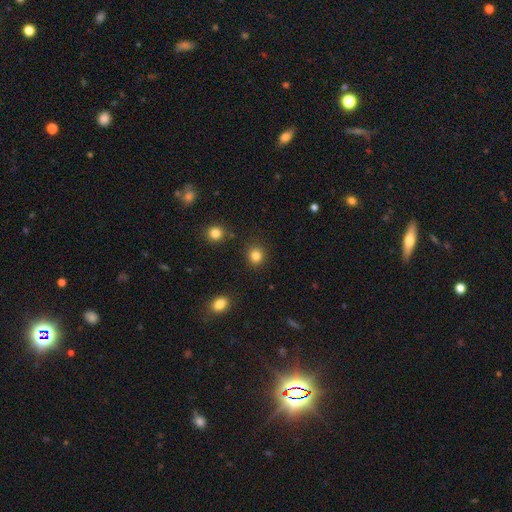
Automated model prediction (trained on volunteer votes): This appears to be a smooth galaxy with no disk features (84%) that is round (86%). Merging: none (89%).